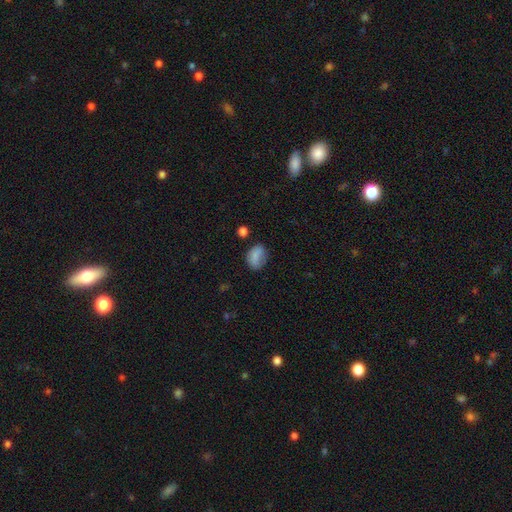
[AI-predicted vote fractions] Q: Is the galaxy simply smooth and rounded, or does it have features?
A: smooth — 81%.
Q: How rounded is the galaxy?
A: in between — 70%.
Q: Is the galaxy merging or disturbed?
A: none — 64%.